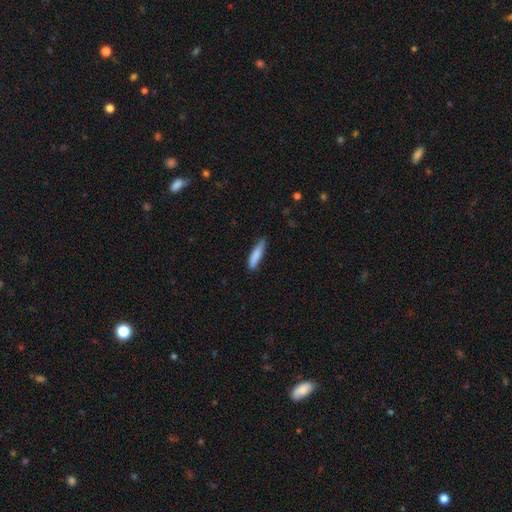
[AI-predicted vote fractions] smooth 83%, featured or disk 11%, star or artifact 6%. Down the decision tree: how rounded — cigar-shaped (82%); merging — none (75%).